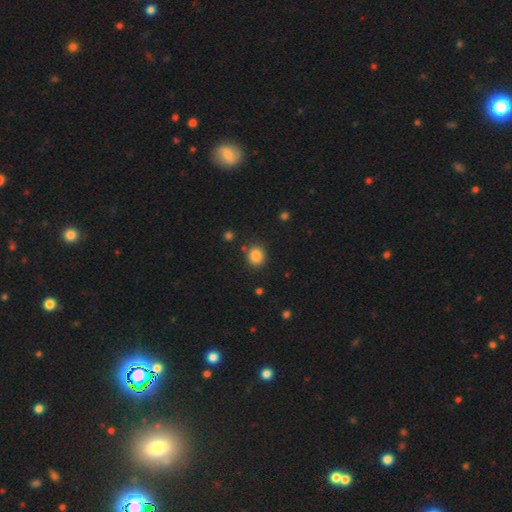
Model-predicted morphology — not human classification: Smooth or featured? smooth (85%)
How rounded? round (78%)
Merging? none (84%)